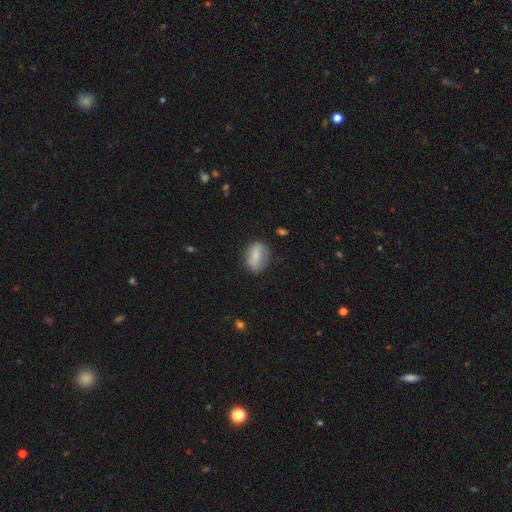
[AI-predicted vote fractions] Smooth or featured? Predicted: smooth (p=0.73). How rounded? Predicted: in between (p=0.73). Merging? Predicted: none (p=0.71).